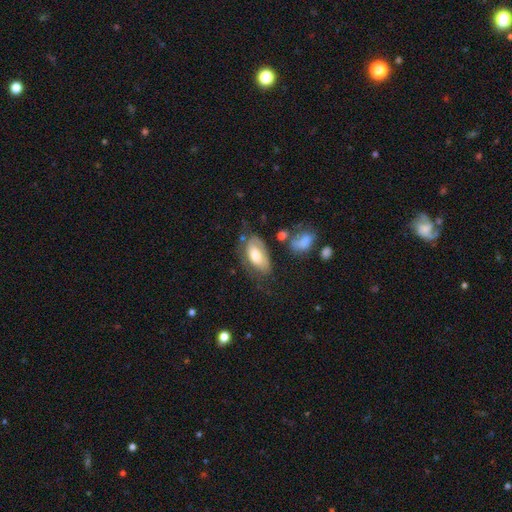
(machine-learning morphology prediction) Smooth or featured?
  - smooth: 56% *
  - featured or disk: 38%
  - star or artifact: 6%
How rounded?
  - in between: 92% *
  - cigar-shaped: 4%
  - round: 4%
Merging?
  - none: 44% *
  - minor disturbance: 29%
  - major disturbance: 21%
  - merger: 7%